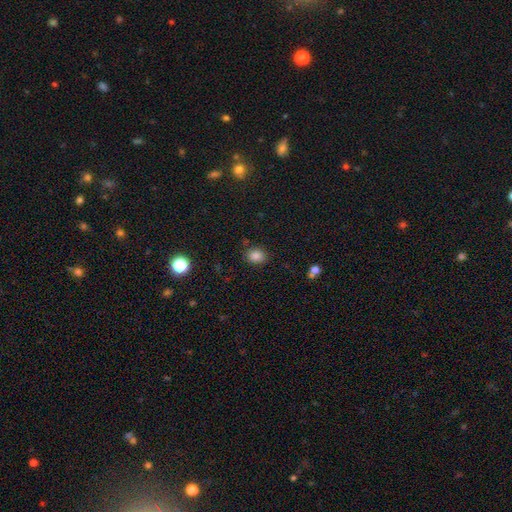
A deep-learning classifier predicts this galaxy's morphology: Smooth or featured: smooth — 84% (star or artifact — 11%)
How rounded: in between — 54% (round — 45%)
Merging: none — 84% (minor disturbance — 11%)